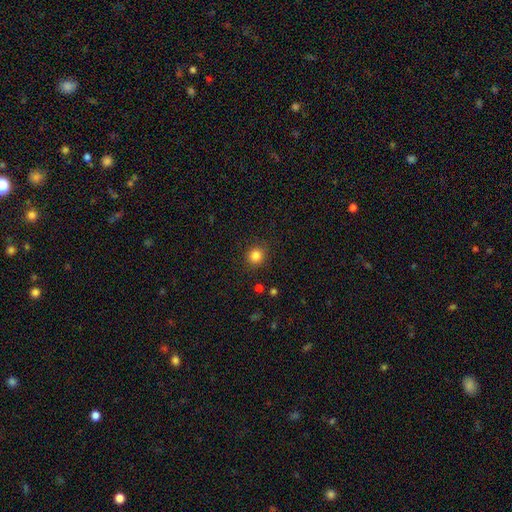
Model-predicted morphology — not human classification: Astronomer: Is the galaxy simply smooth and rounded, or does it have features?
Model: smooth — 84%.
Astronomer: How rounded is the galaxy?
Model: round — 87%.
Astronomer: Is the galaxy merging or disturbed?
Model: none — 88%.